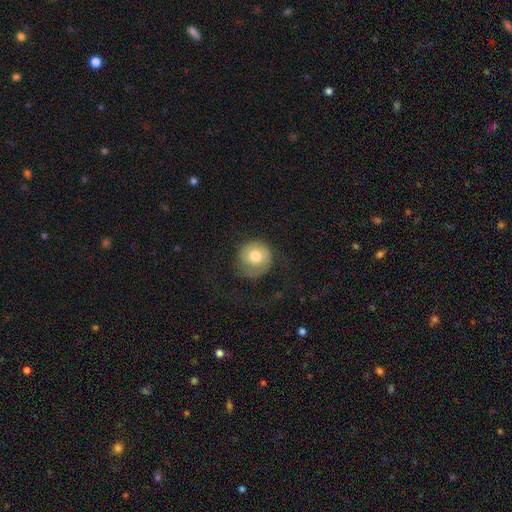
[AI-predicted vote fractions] This appears to be a smooth galaxy with no disk features (68%) that is round (91%). Merging: none (62%).